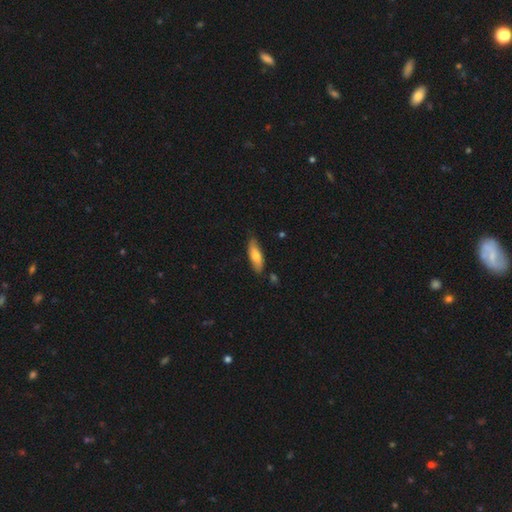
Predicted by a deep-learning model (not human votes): Smooth or featured: smooth — 70% (featured or disk — 24%)
How rounded: in between — 59% (cigar-shaped — 39%)
Merging: none — 79% (minor disturbance — 17%)